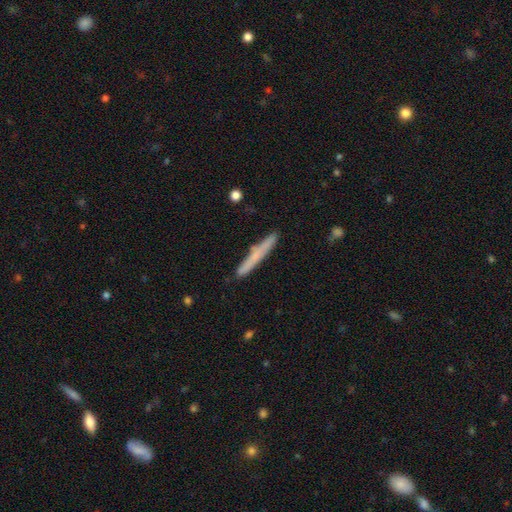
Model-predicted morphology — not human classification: Smooth or featured? Predicted: smooth (p=0.62). How rounded? Predicted: cigar-shaped (p=0.96). Merging? Predicted: none (p=0.87).